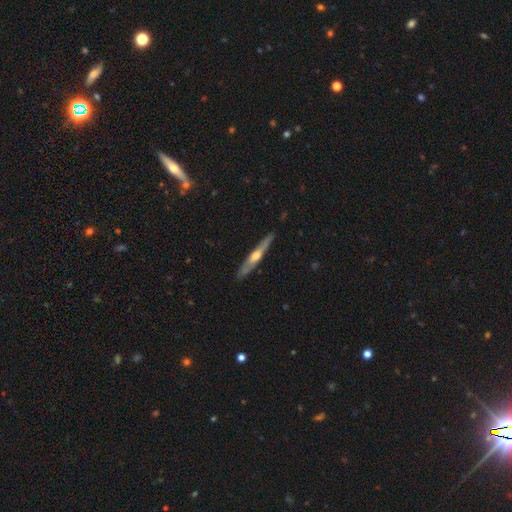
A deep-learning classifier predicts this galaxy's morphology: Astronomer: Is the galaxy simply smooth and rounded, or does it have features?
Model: featured or disk — 64%.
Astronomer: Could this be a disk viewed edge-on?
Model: yes — 94%.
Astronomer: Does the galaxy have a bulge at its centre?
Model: rounded — 81%.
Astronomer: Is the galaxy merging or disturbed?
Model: none — 87%.